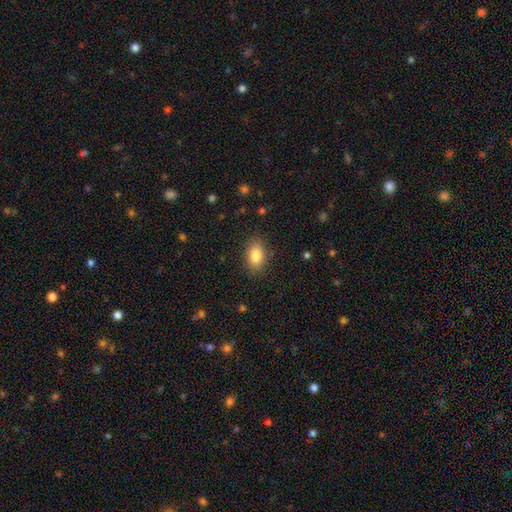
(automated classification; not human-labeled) Overall: smooth (85%). How rounded: in between (86%). Merging: none (85%).